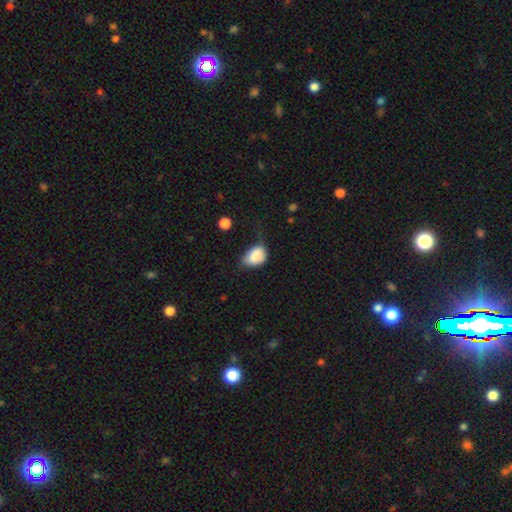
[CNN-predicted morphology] smooth 83%, featured or disk 10%, star or artifact 8%. Down the decision tree: how rounded — in between (74%); merging — minor disturbance (46%).